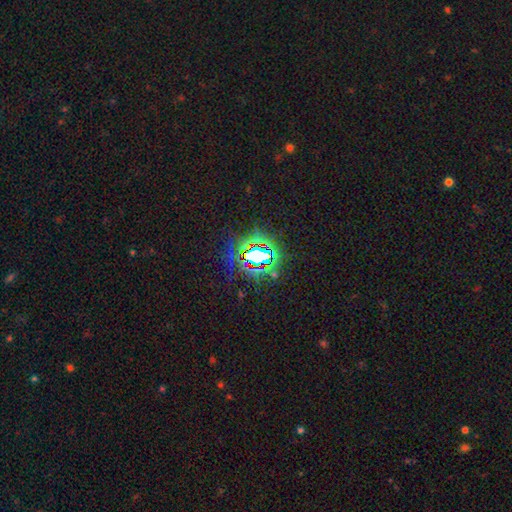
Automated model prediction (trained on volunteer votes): Q: Smooth or featured?
A: star or artifact (72%); runner-up: smooth (17%)